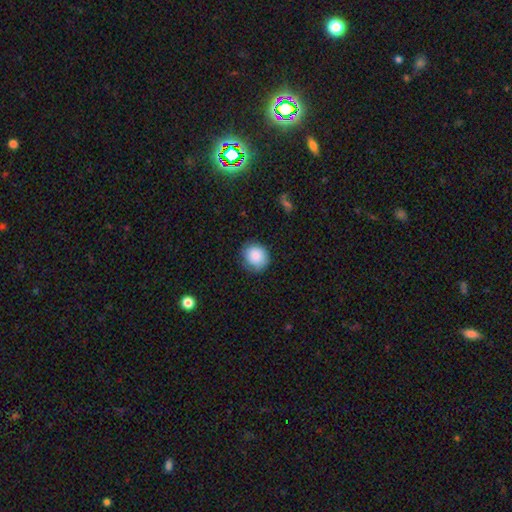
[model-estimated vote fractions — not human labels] smooth-or-featured: smooth: 87% | star or artifact: 7% | featured or disk: 6%
  how-rounded: round: 81% | in between: 18% | cigar-shaped: 1%
  merging: none: 77% | minor disturbance: 17% | major disturbance: 4% | merger: 1%